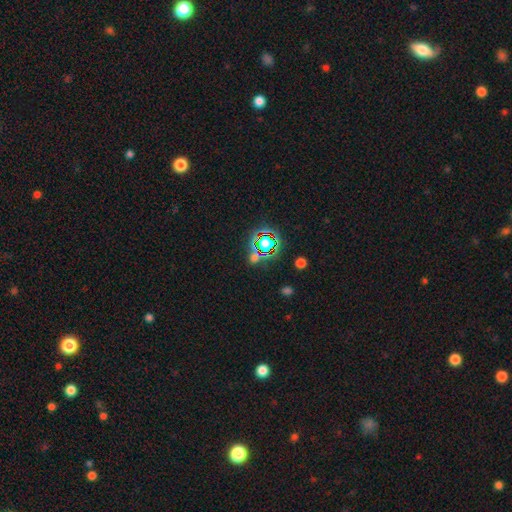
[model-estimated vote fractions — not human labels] Smooth or featured? Predicted: star or artifact (p=0.74).